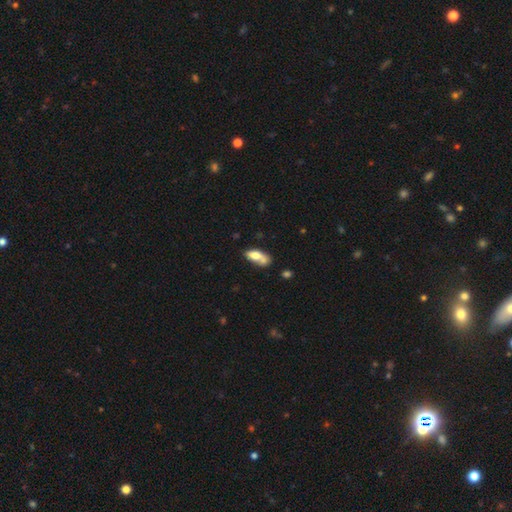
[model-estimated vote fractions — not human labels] Smooth or featured? Predicted: smooth (p=0.71). How rounded? Predicted: in between (p=0.80). Merging? Predicted: merger (p=0.37).